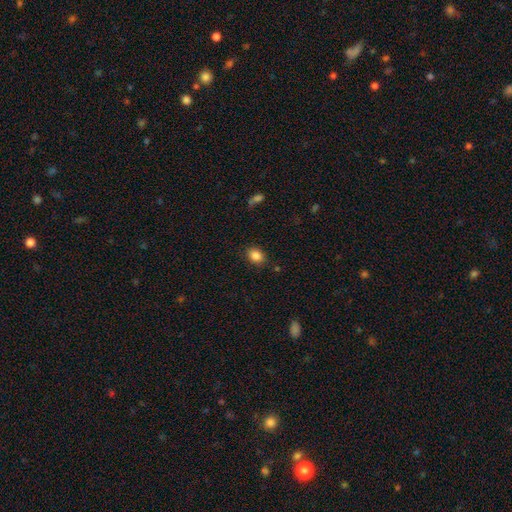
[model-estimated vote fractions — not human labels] This appears to be a smooth galaxy with no disk features (86%) that is in between round and cigar-shaped (55%). Merging: none (86%).